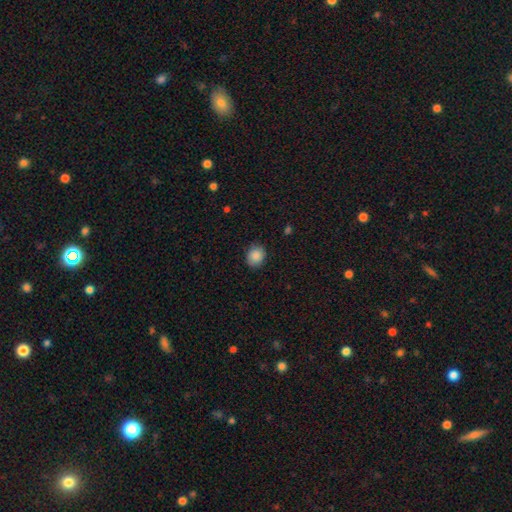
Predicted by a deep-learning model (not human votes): Smooth or featured: smooth — 88% (star or artifact — 8%)
How rounded: round — 58% (in between — 41%)
Merging: none — 84% (minor disturbance — 12%)